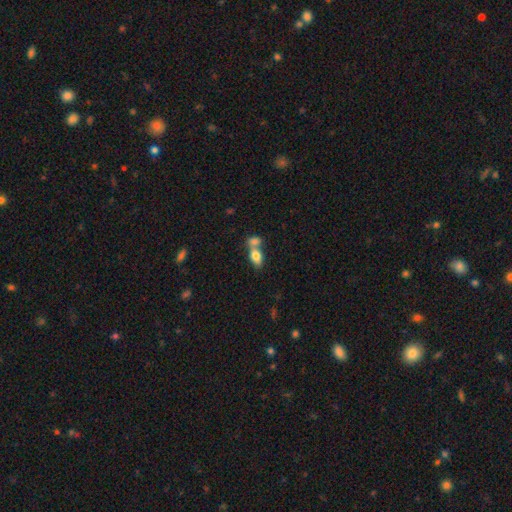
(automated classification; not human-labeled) This is likely a smooth galaxy (78%). How rounded: clearly in between (84%). Merging: likely merger (60%).